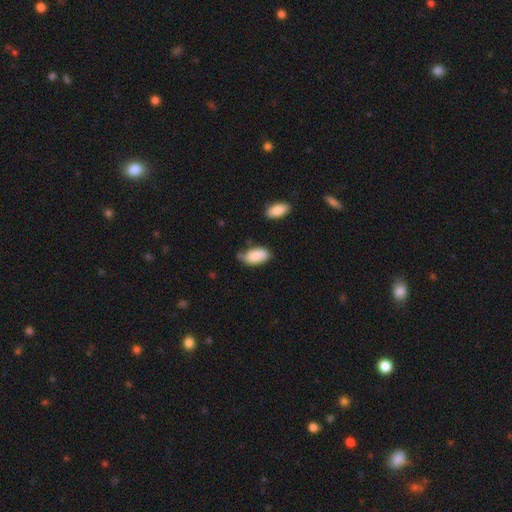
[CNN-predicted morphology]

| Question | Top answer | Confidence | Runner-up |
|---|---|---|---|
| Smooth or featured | smooth | 86% | featured or disk (8%) |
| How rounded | in between | 94% | round (3%) |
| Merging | none | 57% | minor disturbance (29%) |